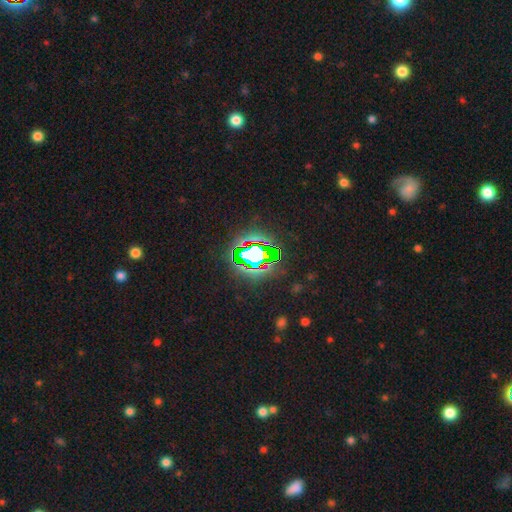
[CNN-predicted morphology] Smooth or featured? star or artifact (71%)